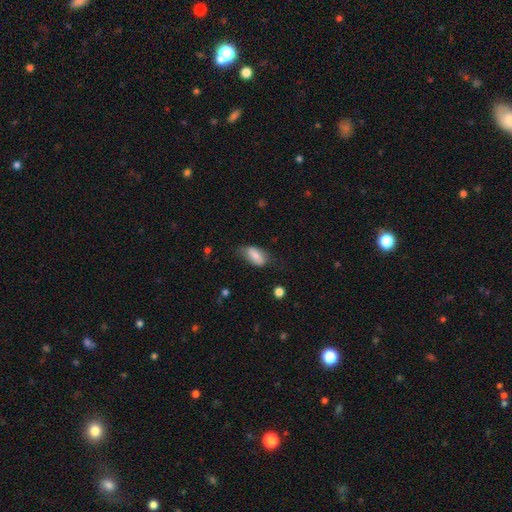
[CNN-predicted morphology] Smooth or featured? Predicted: smooth (p=0.70). How rounded? Predicted: in between (p=0.89). Merging? Predicted: none (p=0.60).